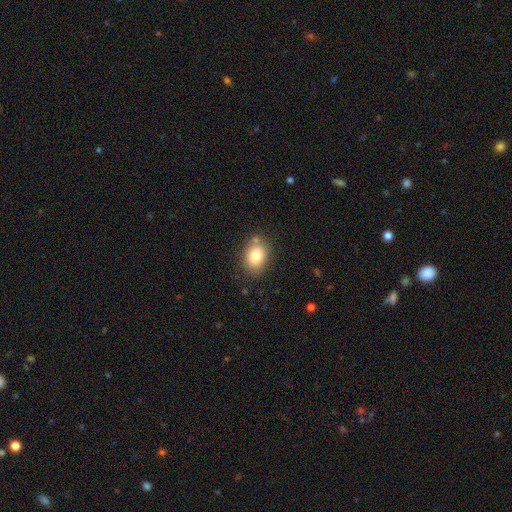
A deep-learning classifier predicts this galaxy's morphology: A smooth galaxy with no disk features (81%) that is in between round and cigar-shaped (63%). Merging: none (78%).